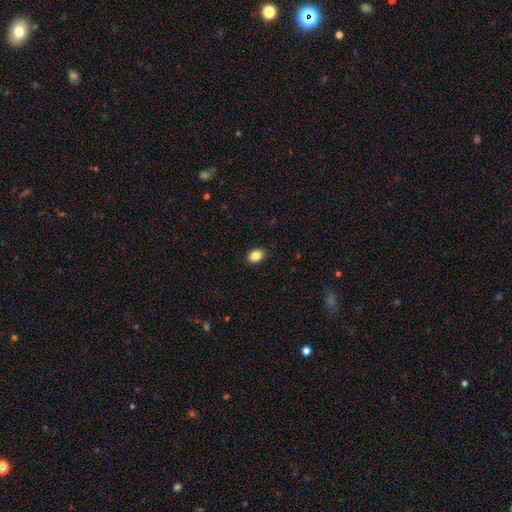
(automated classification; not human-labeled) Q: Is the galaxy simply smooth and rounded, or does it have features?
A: smooth — 87%.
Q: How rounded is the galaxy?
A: in between — 79%.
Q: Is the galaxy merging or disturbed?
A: none — 88%.